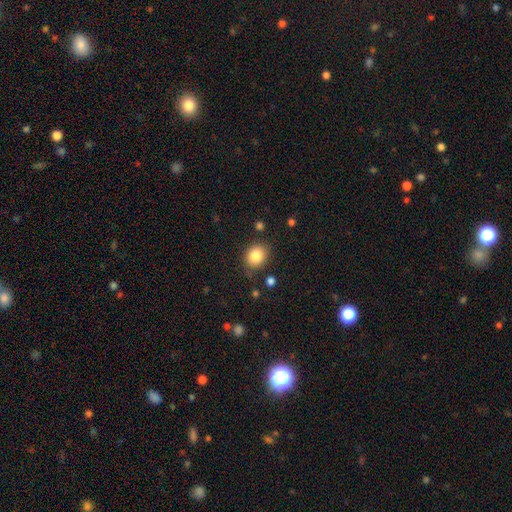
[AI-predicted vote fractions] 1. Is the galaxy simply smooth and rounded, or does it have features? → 84% smooth, 10% star or artifact, 7% featured or disk.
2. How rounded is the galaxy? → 62% round, 38% in between, 1% cigar-shaped.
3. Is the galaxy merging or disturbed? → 82% none, 12% minor disturbance, 3% major disturbance, 3% merger.